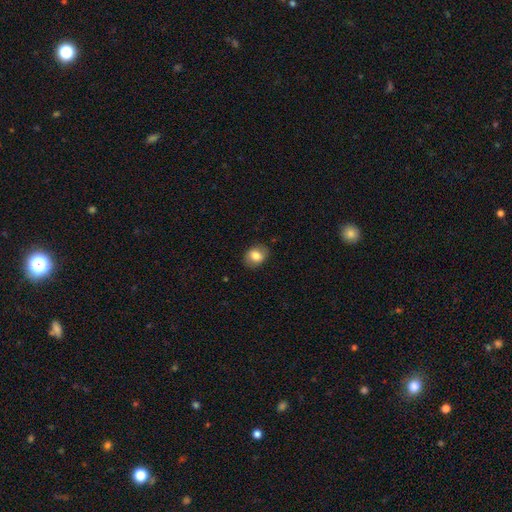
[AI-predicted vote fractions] Smooth or featured: smooth — 79% (featured or disk — 13%)
How rounded: in between — 54% (round — 45%)
Merging: none — 83% (minor disturbance — 13%)